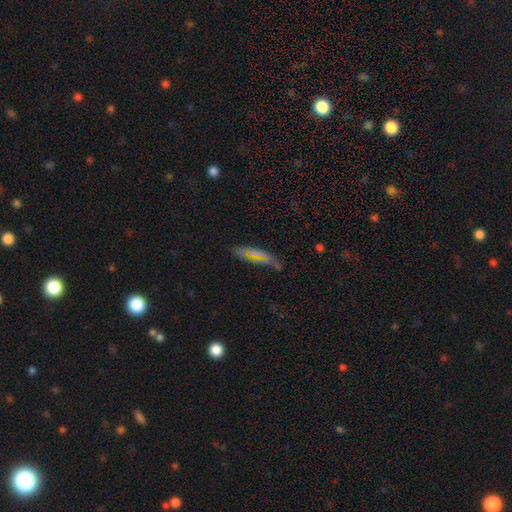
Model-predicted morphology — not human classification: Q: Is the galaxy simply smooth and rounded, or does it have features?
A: featured or disk — 43%.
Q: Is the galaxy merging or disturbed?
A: none — 59%.